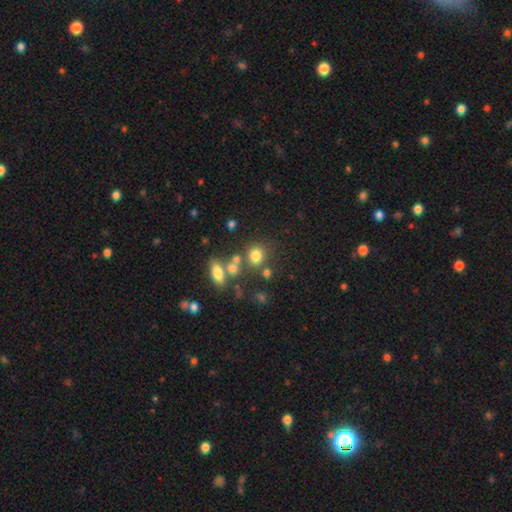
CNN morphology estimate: smooth 75%, star or artifact 15%, featured or disk 10%. Down the decision tree: how rounded — round (75%); merging — none (60%).